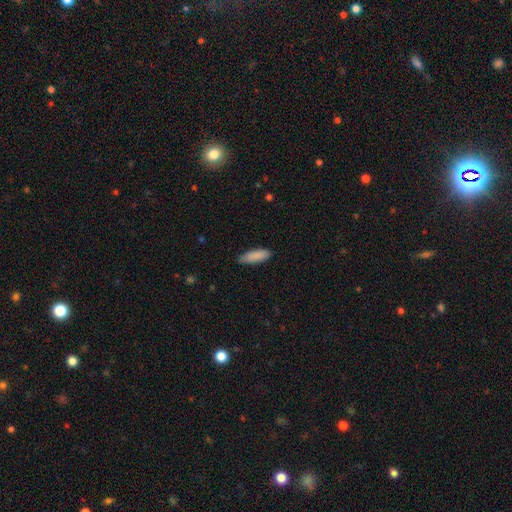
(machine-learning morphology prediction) Overall: smooth (88%). How rounded: in between (53%; cigar-shaped 45%). Merging: none (80%).